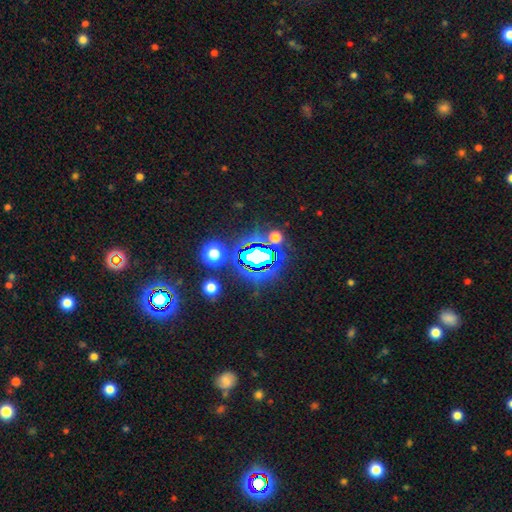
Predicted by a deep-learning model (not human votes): Morphology: type=star or artifact (75%).